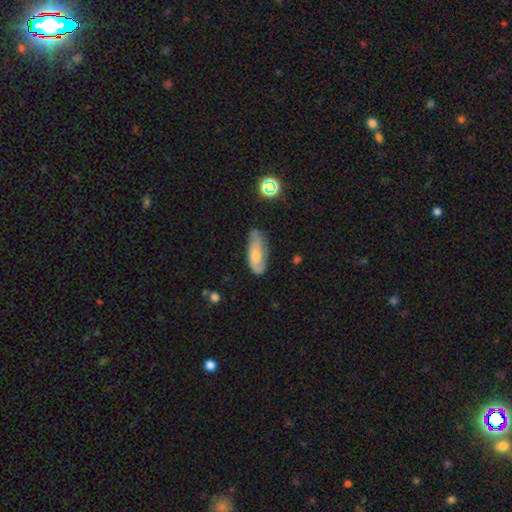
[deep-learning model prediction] This appears to be a smooth galaxy with no disk features (53%) that is in between round and cigar-shaped (73%). Merging: none (57%).